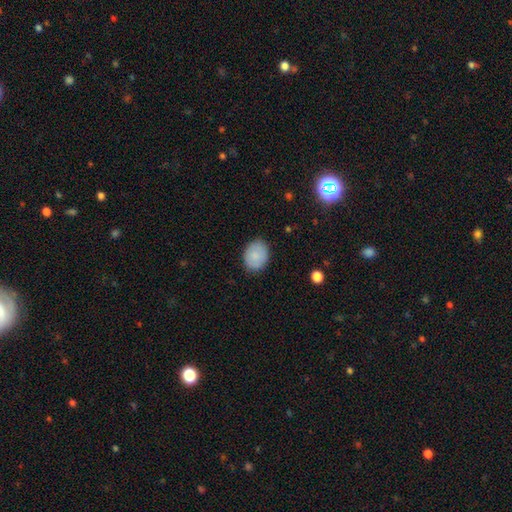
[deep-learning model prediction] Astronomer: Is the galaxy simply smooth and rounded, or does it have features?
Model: smooth — 85%.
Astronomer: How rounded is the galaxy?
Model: in between — 57% (runner-up: round, 42%).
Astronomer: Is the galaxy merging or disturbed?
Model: none — 85%.